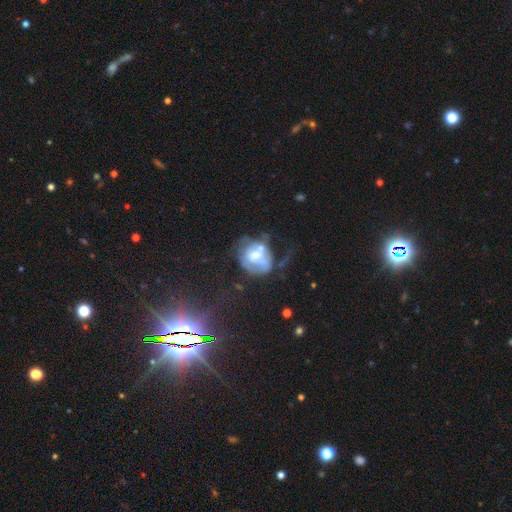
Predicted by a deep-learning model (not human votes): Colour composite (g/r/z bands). It shows a featured or disk galaxy (52%) with no bar (70%), no spiral arms (73%) and a moderate central bulge (55%). Merging: major disturbance (29%).